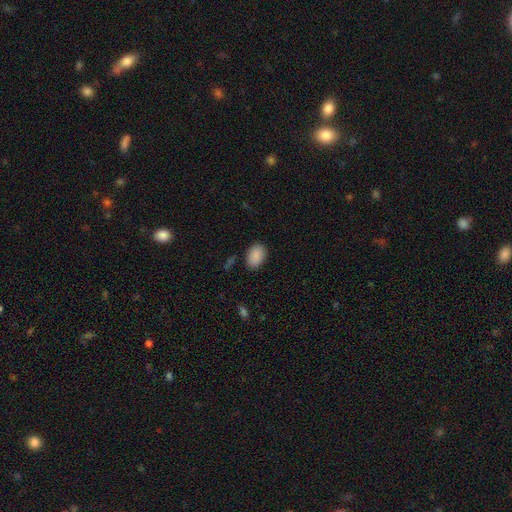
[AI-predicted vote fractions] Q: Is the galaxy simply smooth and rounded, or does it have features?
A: smooth — 89%.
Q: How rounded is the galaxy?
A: in between — 85%.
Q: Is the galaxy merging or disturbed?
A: none — 85%.